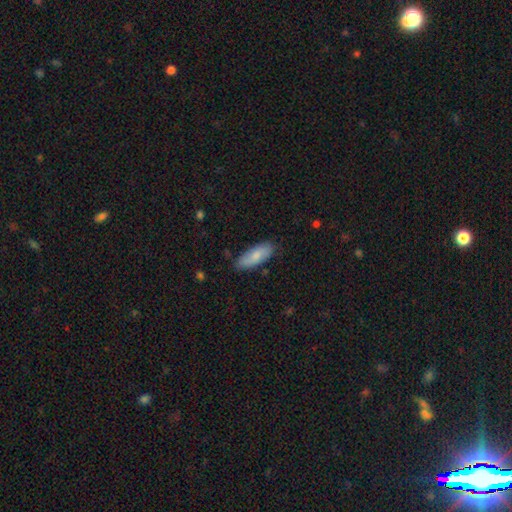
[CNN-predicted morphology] Smooth or featured: smooth — 80% (featured or disk — 15%)
How rounded: in between — 71% (cigar-shaped — 27%)
Merging: none — 80% (minor disturbance — 16%)